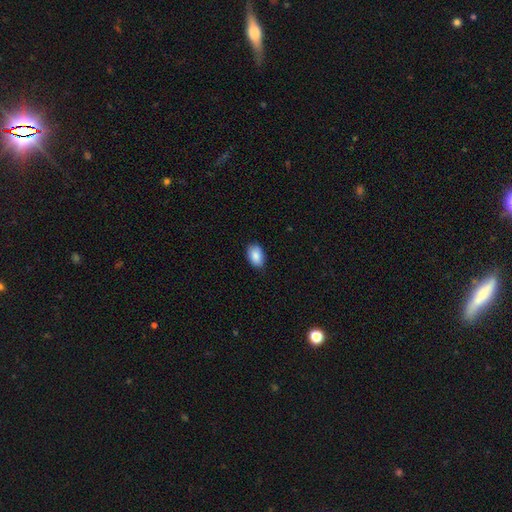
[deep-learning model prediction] Morphology: type=smooth (88%); roundness=in between (90%); merging=none (84%).